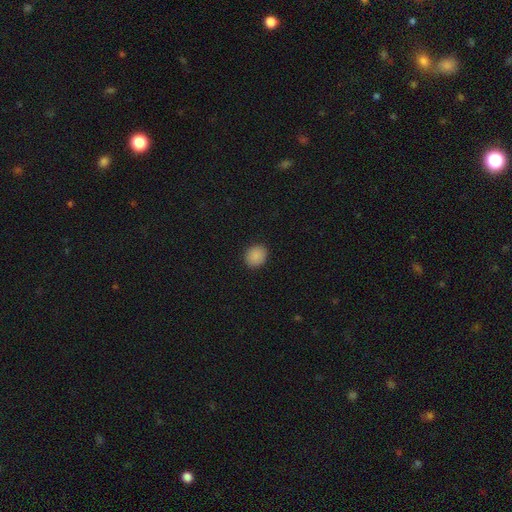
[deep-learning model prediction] Smooth or featured? Predicted: smooth (p=0.88). How rounded? Predicted: round (p=0.70). Merging? Predicted: none (p=0.91).